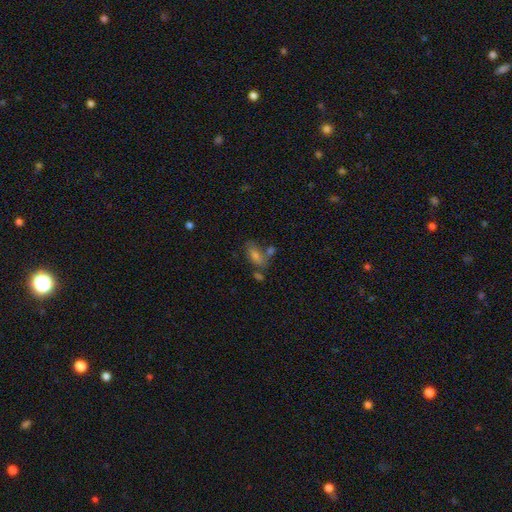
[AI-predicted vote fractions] This appears to be a smooth galaxy with no disk features (61%) that is in between round and cigar-shaped (79%). Merging: none (51%).